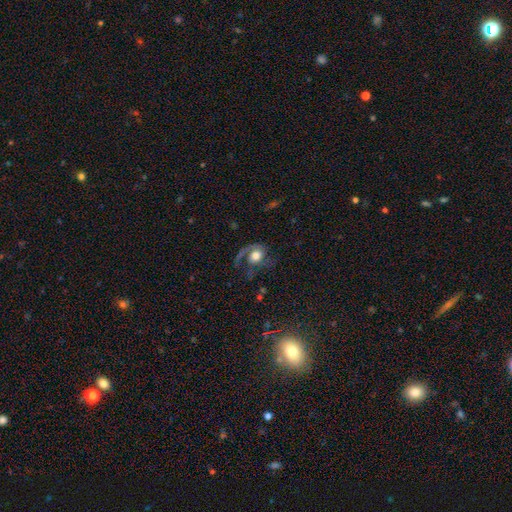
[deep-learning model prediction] Smooth or featured? Predicted: featured or disk (p=0.60). Edge-on disk? Predicted: no (p=0.97). Bar? Predicted: no (p=0.75). Spiral arms? Predicted: yes (p=0.85). Bulge size? Predicted: moderate (p=0.47). Merging? Predicted: none (p=0.40, tied with major disturbance).